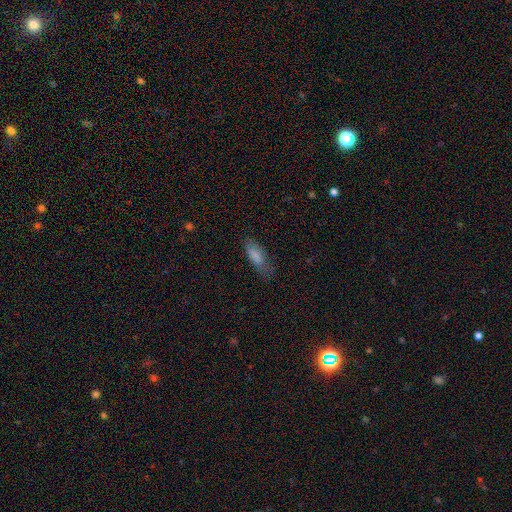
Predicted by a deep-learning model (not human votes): smooth_or_featured: smooth (p=0.81) [alt: featured or disk p=0.12]
how_rounded: in between (p=0.66) [alt: cigar-shaped p=0.32]
merging: none (p=0.57) [alt: minor disturbance p=0.31]